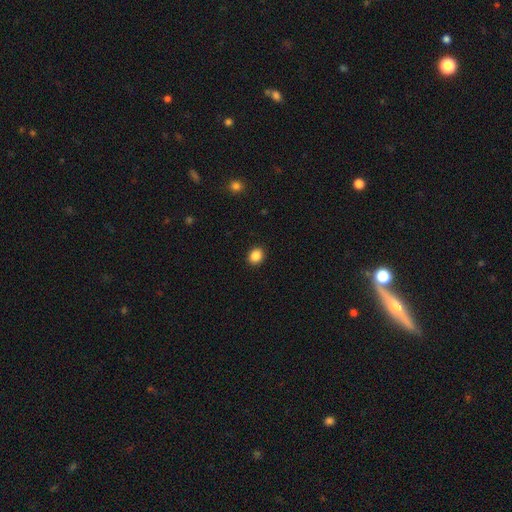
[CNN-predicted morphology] Smooth or featured? Predicted: smooth (p=0.87). How rounded? Predicted: round (p=0.68). Merging? Predicted: none (p=0.92).